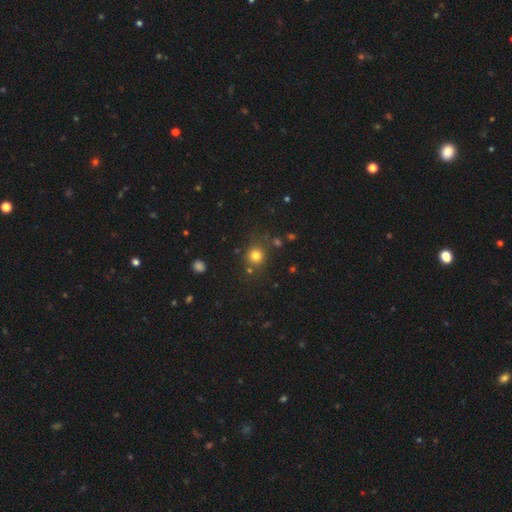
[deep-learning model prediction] Smooth or featured: smooth — 79% (star or artifact — 15%)
How rounded: round — 88% (in between — 11%)
Merging: none — 79% (minor disturbance — 10%)